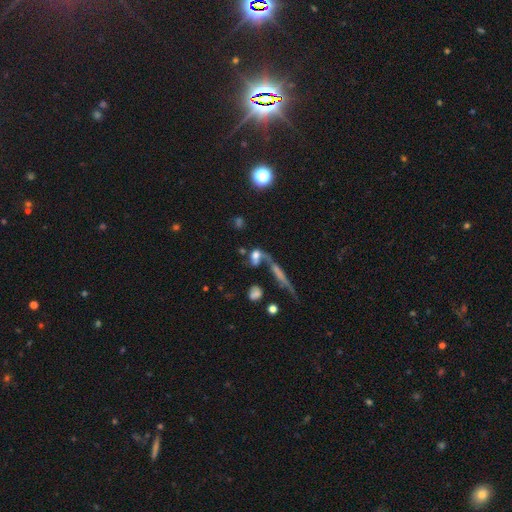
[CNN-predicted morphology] This is possibly a smooth galaxy (53%). How rounded: possibly in between (54%). Merging: marginally merger (41%).